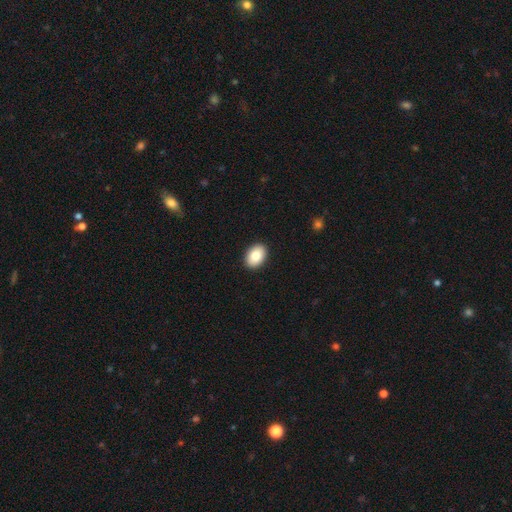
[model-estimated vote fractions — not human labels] smooth_or_featured: smooth (p=0.83) [alt: featured or disk p=0.10]
how_rounded: in between (p=0.83) [alt: round p=0.16]
merging: none (p=0.91) [alt: minor disturbance p=0.06]